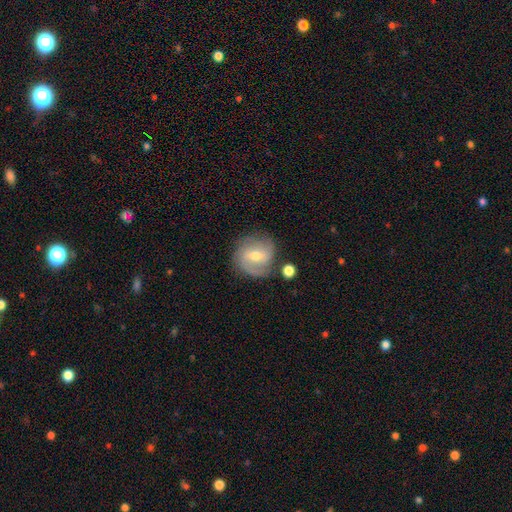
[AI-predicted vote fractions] smooth-or-featured: featured or disk: 67% | smooth: 26% | star or artifact: 7%
  disk-edge-on: no: 97% | yes: 3%
    bar: weak: 53% | no: 31% | strong: 16%
    has-spiral-arms: yes: 88% | no: 12%
      spiral-winding: medium: 43% | tight: 35% | loose: 22%
      spiral-arm-count: 2: 47% | can't tell: 20% | 3: 20% | 1: 6% | 4: 4% | more than 4: 3%
    bulge-size: moderate: 63% | small: 32% | large: 3% | none: 1% | dominant: 1%
  merging: none: 72% | minor disturbance: 16% | major disturbance: 6% | merger: 5%